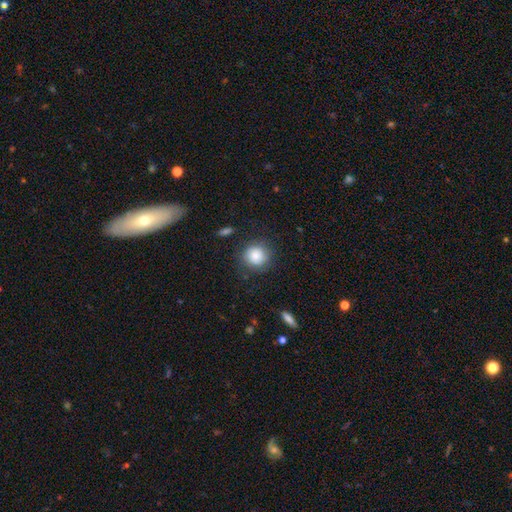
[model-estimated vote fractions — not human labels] Q: Smooth or featured?
A: smooth (78%); runner-up: featured or disk (14%)
Q: How rounded?
A: round (90%); runner-up: in between (9%)
Q: Merging?
A: none (79%); runner-up: minor disturbance (14%)